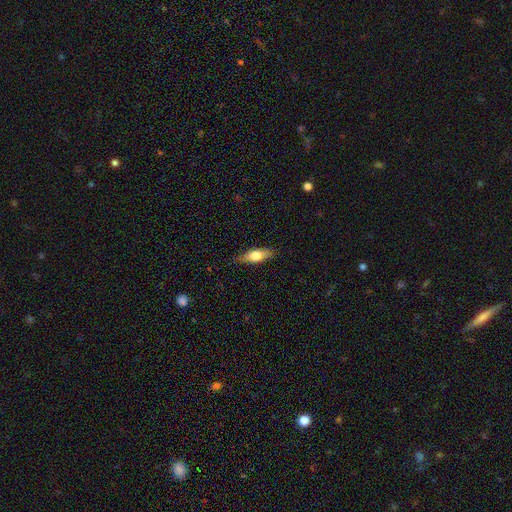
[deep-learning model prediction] This is possibly a smooth galaxy (59%). How rounded: possibly in between (59%). Merging: clearly none (84%).